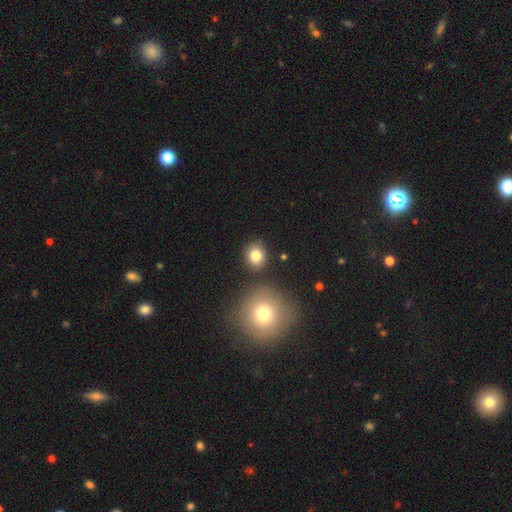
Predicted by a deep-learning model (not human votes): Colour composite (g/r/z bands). It shows a smooth galaxy with no disk features (83%) that is round (74%). Merging: none (83%).